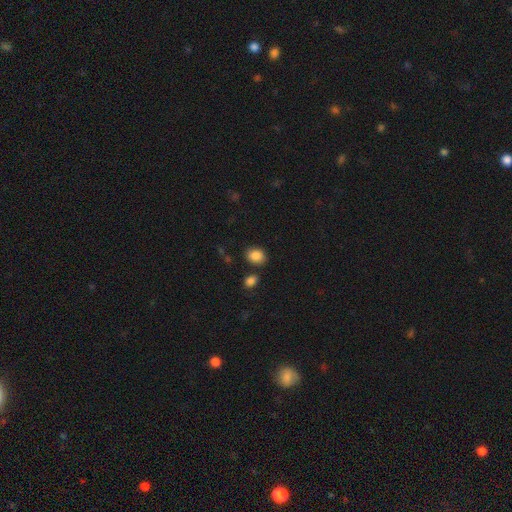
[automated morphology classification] Q: Smooth or featured?
A: smooth (87%); runner-up: star or artifact (9%)
Q: How rounded?
A: in between (56%); runner-up: round (43%)
Q: Merging?
A: none (78%); runner-up: minor disturbance (12%)